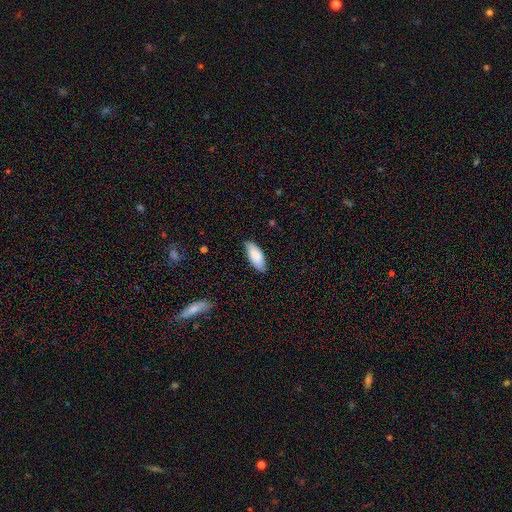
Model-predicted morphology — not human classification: This appears to be a smooth galaxy with no disk features (87%) that is in between round and cigar-shaped (81%). Merging: none (83%).